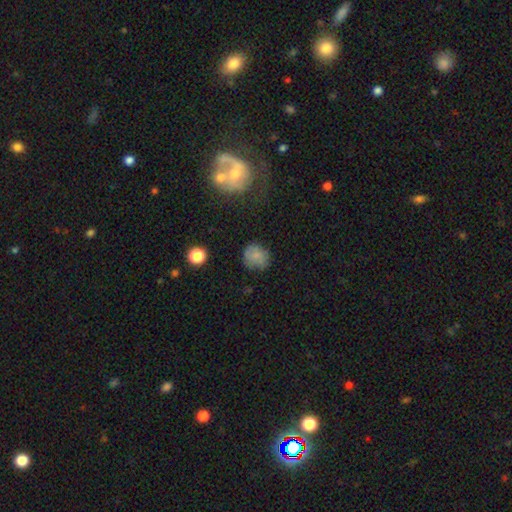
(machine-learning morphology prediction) Q: Smooth or featured?
A: smooth (75%); runner-up: featured or disk (13%)
Q: How rounded?
A: round (77%); runner-up: in between (22%)
Q: Merging?
A: none (72%); runner-up: minor disturbance (20%)